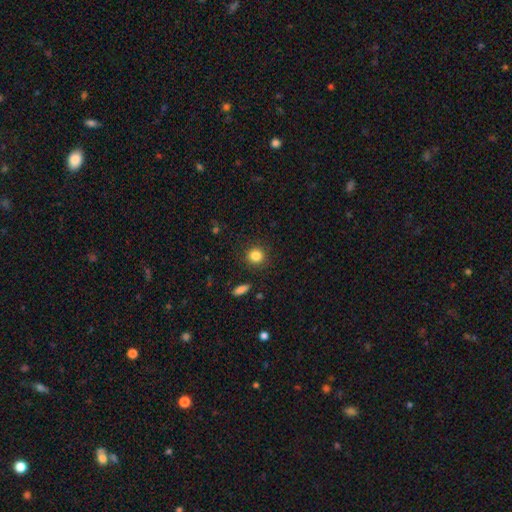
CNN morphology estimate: The model was most divided on "smooth or featured": smooth: 85%, star or artifact: 10%, featured or disk: 5%. More confident: merging — none (89%); how rounded — round (87%).